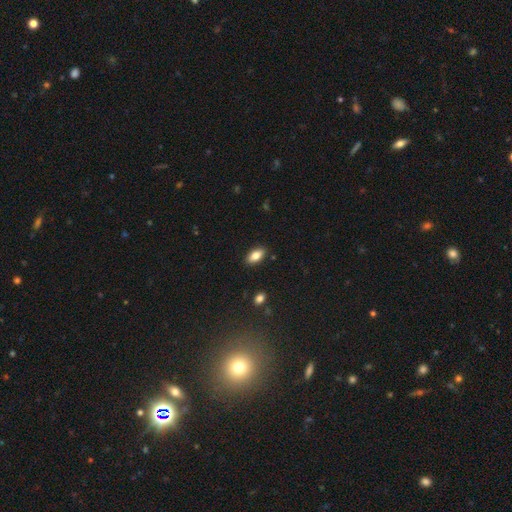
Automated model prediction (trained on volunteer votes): Overall: smooth (83%). How rounded: in between (90%). Merging: none (88%).